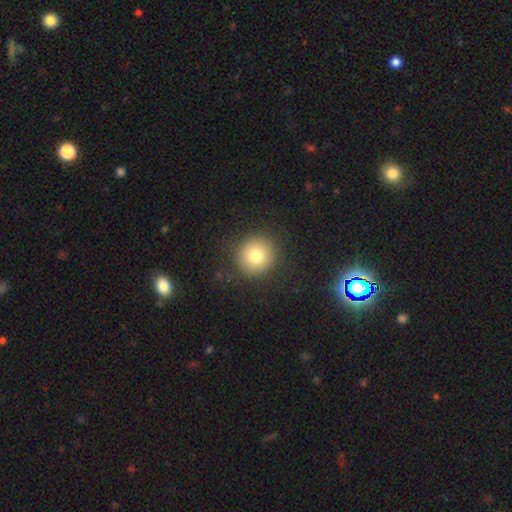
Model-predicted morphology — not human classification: smooth-or-featured: smooth: 80% | star or artifact: 11% | featured or disk: 10%
  how-rounded: round: 94% | in between: 6% | cigar-shaped: 1%
  merging: none: 89% | minor disturbance: 7% | major disturbance: 3% | merger: 1%